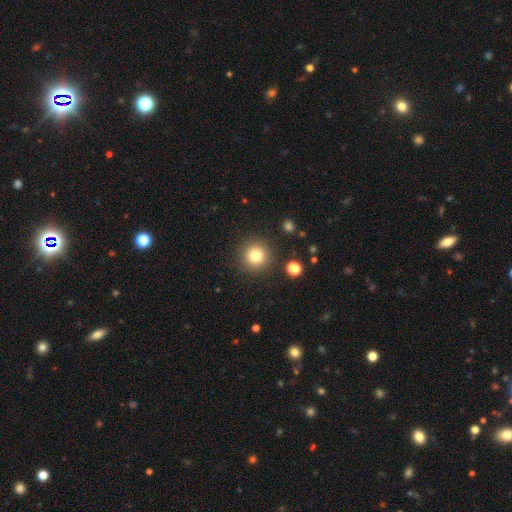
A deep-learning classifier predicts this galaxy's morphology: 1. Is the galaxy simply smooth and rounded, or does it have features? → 81% smooth, 12% star or artifact, 8% featured or disk.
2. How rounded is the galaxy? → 95% round, 4% in between, 1% cigar-shaped.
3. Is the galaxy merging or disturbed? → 89% none, 6% minor disturbance, 3% major disturbance, 2% merger.